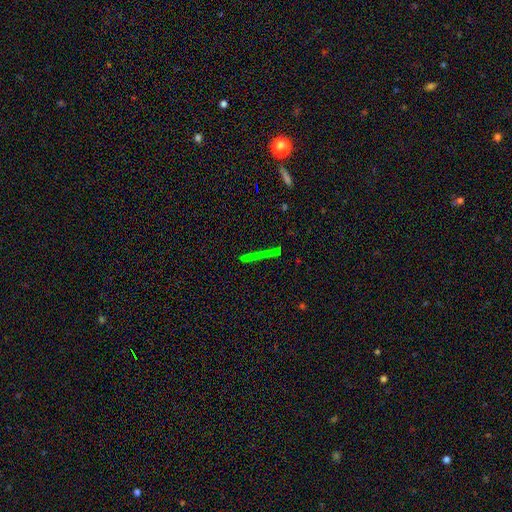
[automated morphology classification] The model was most divided on "smooth or featured": star or artifact: 57%, smooth: 25%, featured or disk: 19%.